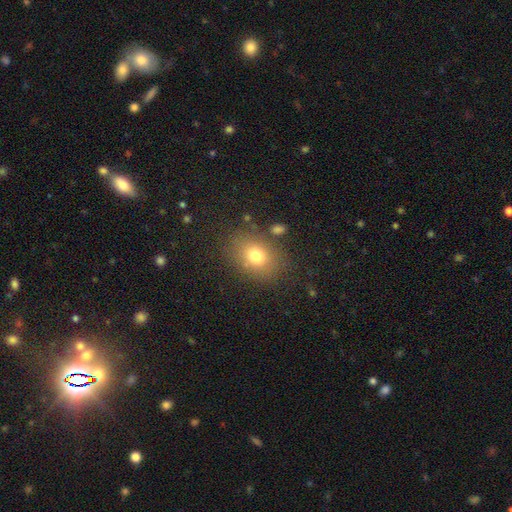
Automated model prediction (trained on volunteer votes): smooth_or_featured: smooth (p=0.75) [alt: star or artifact p=0.13]
how_rounded: in between (p=0.59) [alt: round p=0.40]
merging: none (p=0.79) [alt: minor disturbance p=0.12]